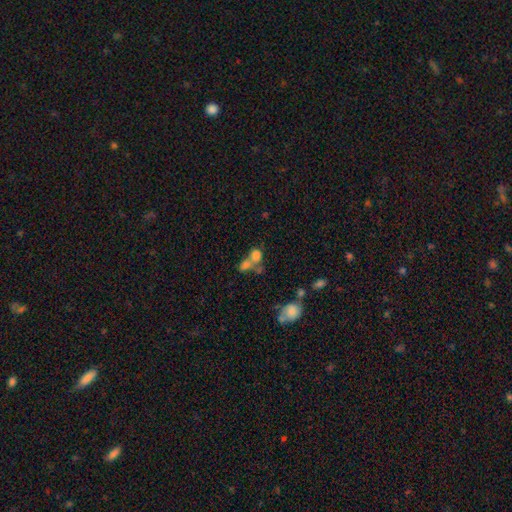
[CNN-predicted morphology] This is likely a smooth galaxy (71%). How rounded: possibly round (51%). Merging: possibly merger (59%).